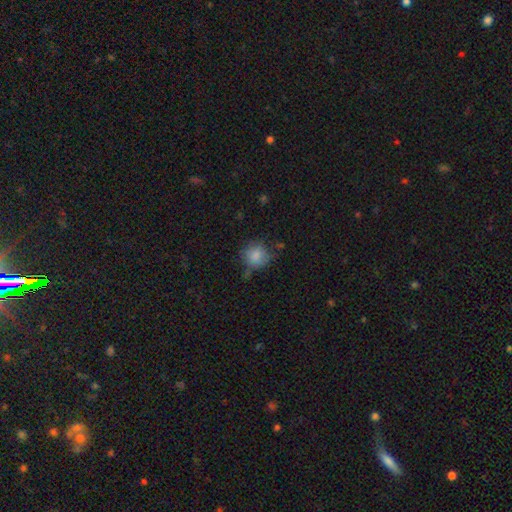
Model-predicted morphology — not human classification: Smooth or featured: smooth — 81% (featured or disk — 10%)
How rounded: round — 81% (in between — 18%)
Merging: none — 56% (minor disturbance — 28%)